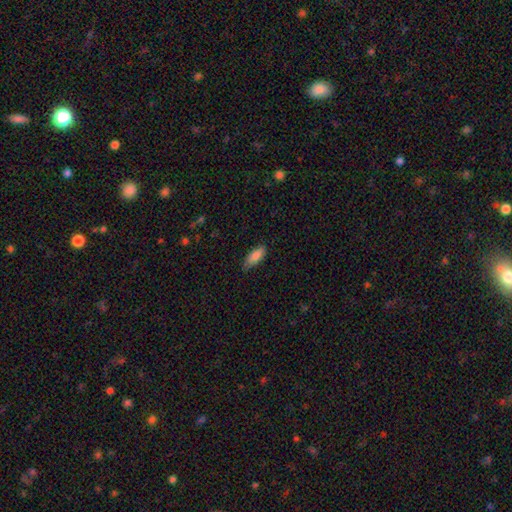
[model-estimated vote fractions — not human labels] Smooth or featured?
  - smooth: 85% *
  - featured or disk: 9%
  - star or artifact: 6%
How rounded?
  - in between: 75% *
  - cigar-shaped: 23%
  - round: 2%
Merging?
  - none: 74% *
  - minor disturbance: 22%
  - major disturbance: 3%
  - merger: 1%